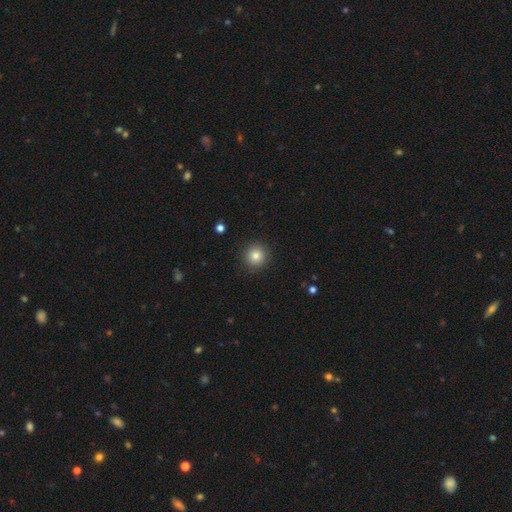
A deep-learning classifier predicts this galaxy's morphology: Overall: smooth (82%). How rounded: round (95%). Merging: none (91%).